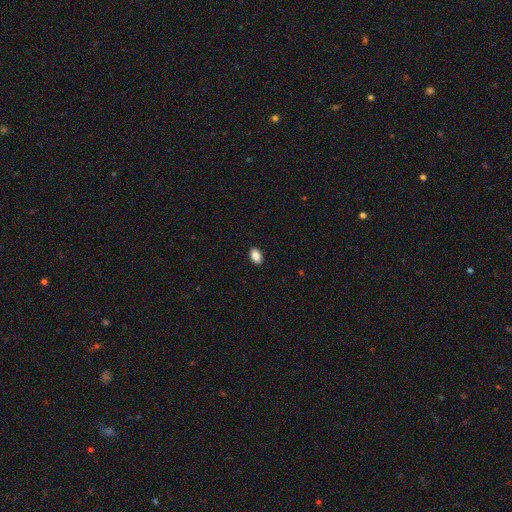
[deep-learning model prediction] A smooth galaxy with no disk features (89%) that is in between round and cigar-shaped (89%). Merging: none (90%).